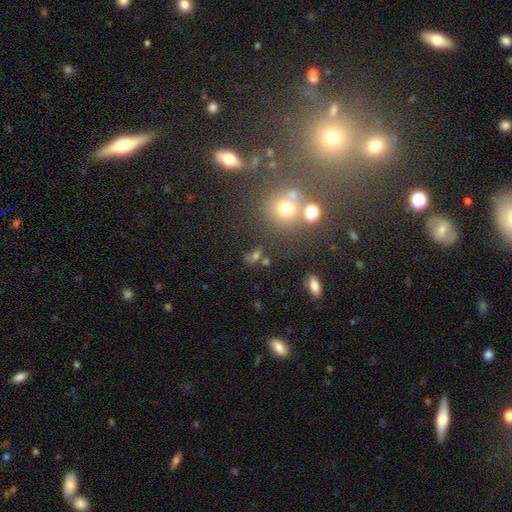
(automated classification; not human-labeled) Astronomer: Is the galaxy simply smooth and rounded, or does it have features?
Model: smooth — 55% (runner-up: star or artifact, 33%).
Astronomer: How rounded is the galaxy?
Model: round — 60%.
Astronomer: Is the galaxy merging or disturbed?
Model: none — 66%.